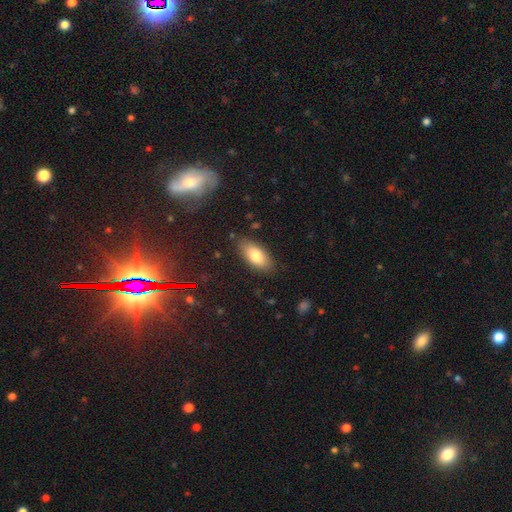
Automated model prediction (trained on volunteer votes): The model was most divided on "smooth or featured": smooth: 79%, featured or disk: 14%, star or artifact: 7%. More confident: how rounded — in between (88%); merging — none (84%).